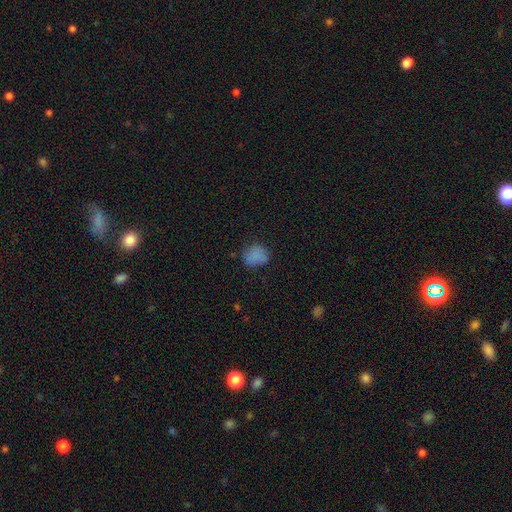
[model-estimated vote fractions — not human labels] Morphology: type=smooth (80%); roundness=round (63%); merging=none (69%).